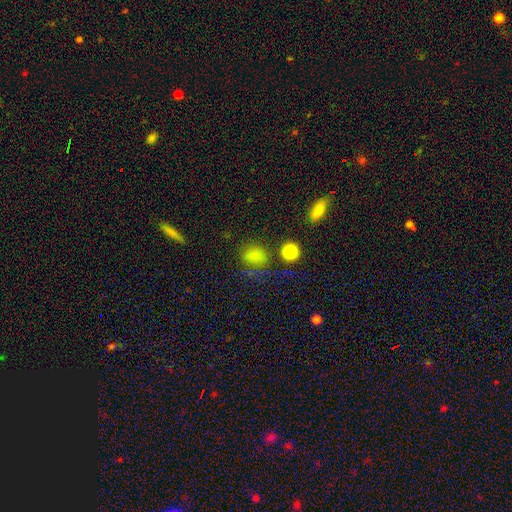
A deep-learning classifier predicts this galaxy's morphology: type=smooth (75%); roundness=round (50%); merging=none (66%).